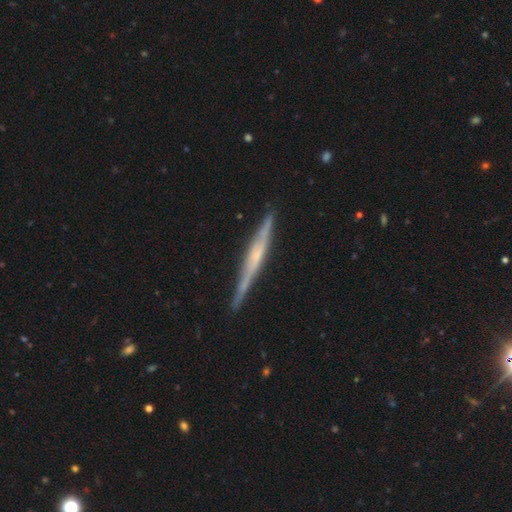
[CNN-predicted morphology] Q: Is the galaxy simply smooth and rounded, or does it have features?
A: featured or disk — 75%.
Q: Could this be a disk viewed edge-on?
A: yes — 98%.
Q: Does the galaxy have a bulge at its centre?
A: rounded — 44%.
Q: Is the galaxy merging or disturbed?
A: none — 87%.